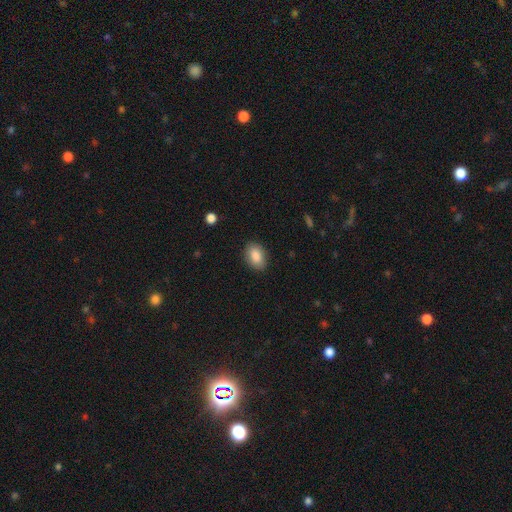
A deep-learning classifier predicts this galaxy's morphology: smooth_or_featured: smooth (p=0.87) [alt: star or artifact p=0.07]
how_rounded: in between (p=0.85) [alt: round p=0.14]
merging: none (p=0.87) [alt: minor disturbance p=0.09]